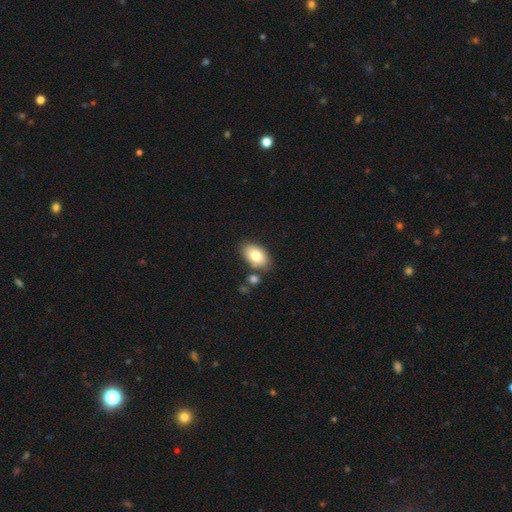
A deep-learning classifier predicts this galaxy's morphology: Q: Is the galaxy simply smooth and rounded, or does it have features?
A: smooth — 80%.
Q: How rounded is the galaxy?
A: in between — 90%.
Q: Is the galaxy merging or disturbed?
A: none — 74%.